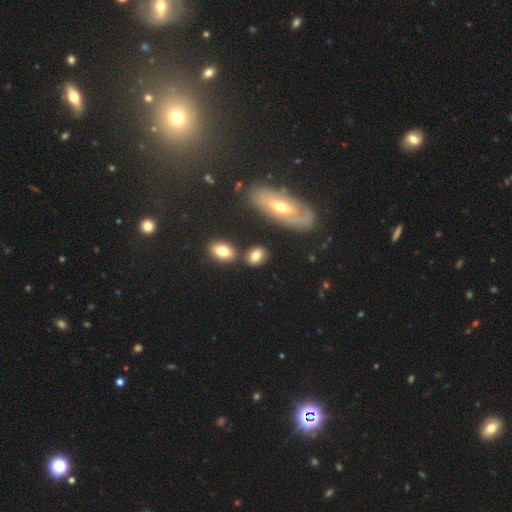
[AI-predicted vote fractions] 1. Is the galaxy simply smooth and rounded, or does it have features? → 74% smooth, 17% featured or disk, 9% star or artifact.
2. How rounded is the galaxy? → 73% in between, 24% round, 3% cigar-shaped.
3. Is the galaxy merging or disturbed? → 73% none, 13% minor disturbance, 10% merger, 4% major disturbance.